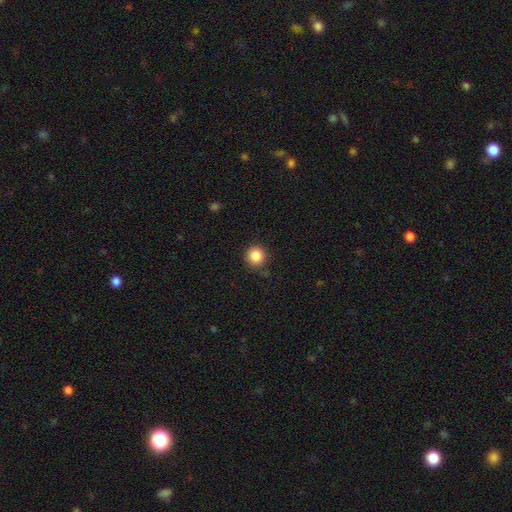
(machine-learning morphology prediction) The model was most divided on "smooth or featured": smooth: 85%, star or artifact: 11%, featured or disk: 4%. More confident: how rounded — round (94%); merging — none (86%).